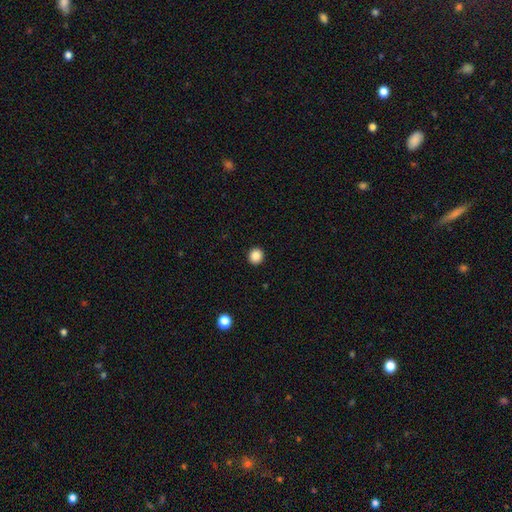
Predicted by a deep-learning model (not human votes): Morphology: type=smooth (87%); roundness=round (91%); merging=none (93%).